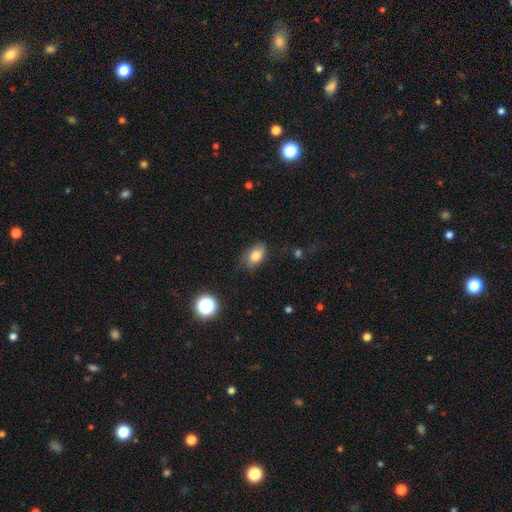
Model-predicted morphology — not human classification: A smooth galaxy with no disk features (78%) that is in between round and cigar-shaped (89%).

Vote fractions:
- Smooth or featured? smooth: 78% / featured or disk: 12% / star or artifact: 10%
- How rounded? in between: 89% / round: 9% / cigar-shaped: 3%
- Merging? none: 66% / minor disturbance: 25% / major disturbance: 7% / merger: 2%